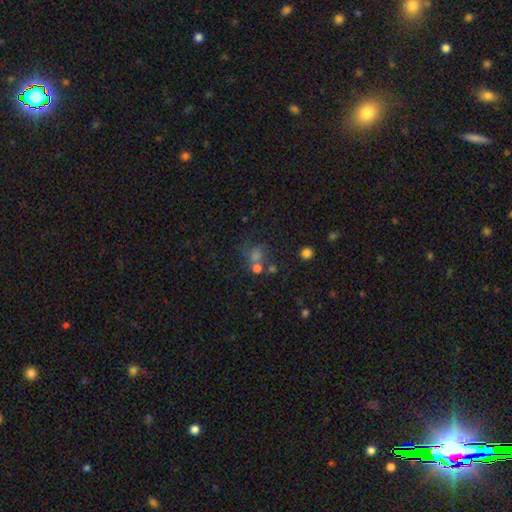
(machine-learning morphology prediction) A smooth galaxy with no disk features (48%).

Vote fractions:
- Smooth or featured? smooth: 48% / star or artifact: 35% / featured or disk: 17%
- Merging? none: 47% / merger: 29% / minor disturbance: 13% / major disturbance: 11%